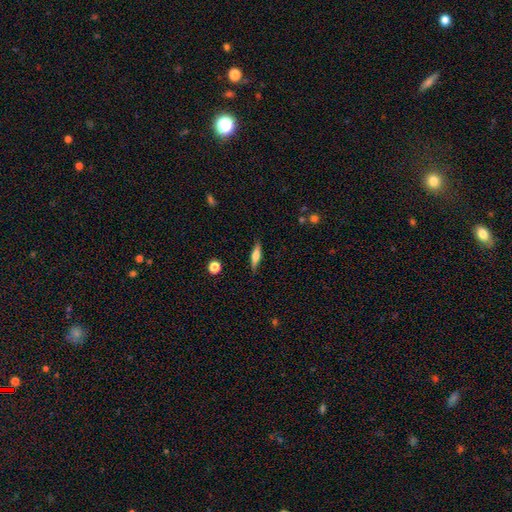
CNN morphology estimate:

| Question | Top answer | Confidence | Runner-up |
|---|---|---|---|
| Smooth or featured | smooth | 51% | featured or disk (42%) |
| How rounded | cigar-shaped | 75% | in between (22%) |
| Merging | none | 86% | minor disturbance (10%) |